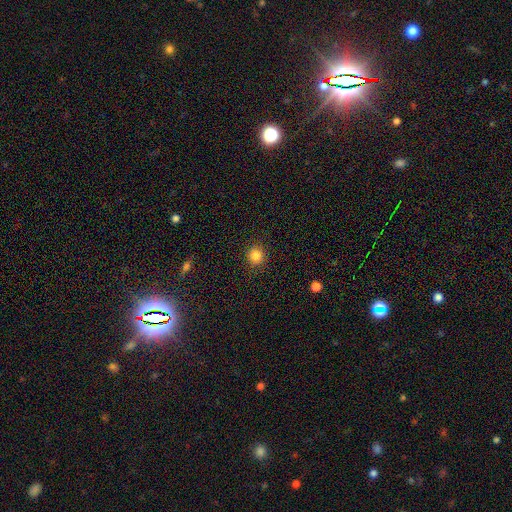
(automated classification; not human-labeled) Overall: smooth (84%). How rounded: round (89%). Merging: none (89%).